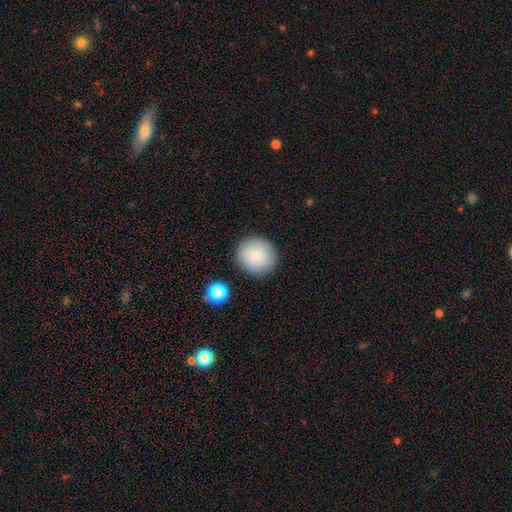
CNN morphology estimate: smooth 87%, star or artifact 7%, featured or disk 6%. Down the decision tree: how rounded — round (88%); merging — none (86%).